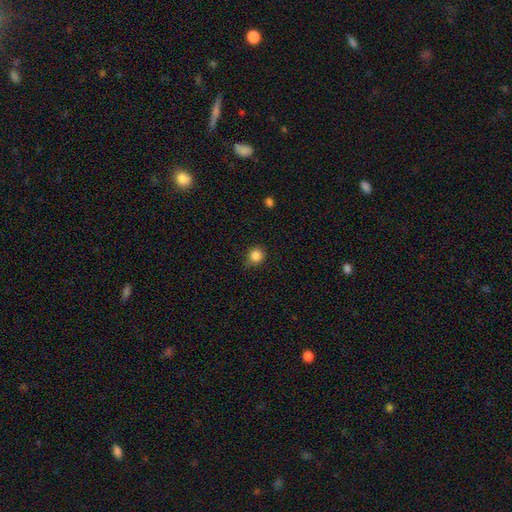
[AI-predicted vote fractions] This is clearly a smooth galaxy (85%). How rounded: clearly round (89%). Merging: likely none (78%).